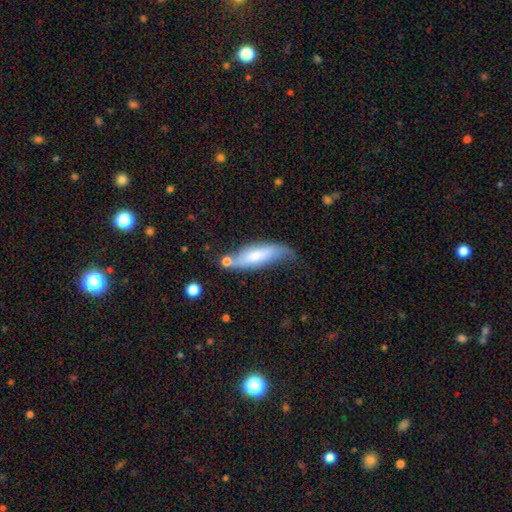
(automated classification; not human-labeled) A smooth galaxy with no disk features (57%) that is cigar-shaped (57%).

Vote fractions:
- Smooth or featured? smooth: 57% / featured or disk: 37% / star or artifact: 6%
- How rounded? cigar-shaped: 57% / in between: 41% / round: 2%
- Merging? none: 45% / minor disturbance: 32% / major disturbance: 12% / merger: 11%